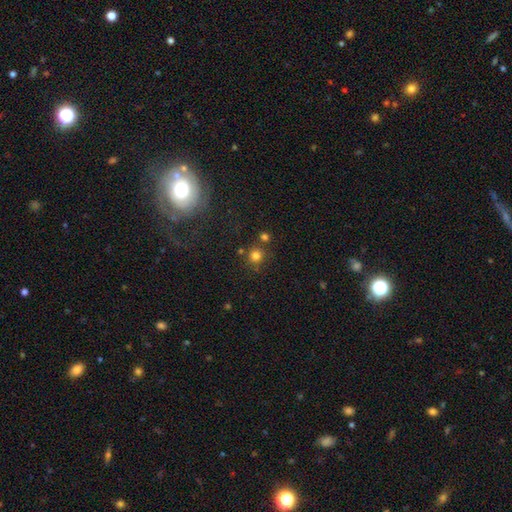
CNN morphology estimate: This is likely a smooth galaxy (76%). How rounded: clearly round (92%). Merging: likely none (74%).